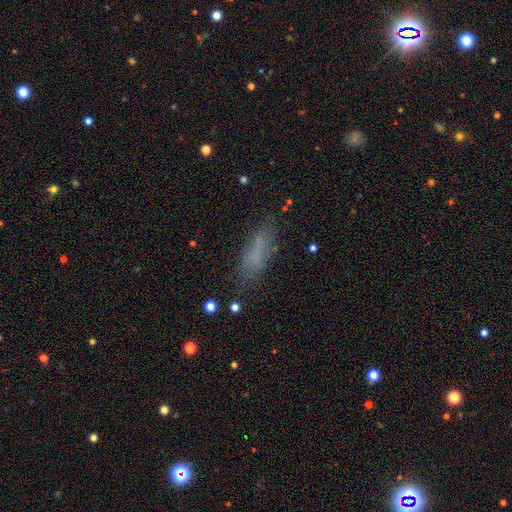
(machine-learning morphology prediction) smooth_or_featured: smooth (p=0.71) [alt: featured or disk p=0.17]
how_rounded: in between (p=0.50) [alt: cigar-shaped p=0.48]
merging: none (p=0.71) [alt: minor disturbance p=0.18]